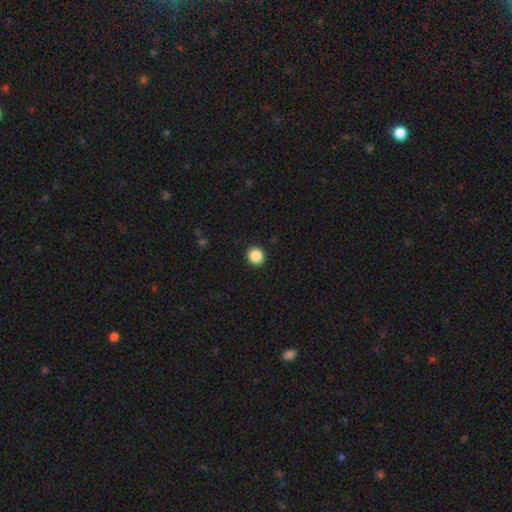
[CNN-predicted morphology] Smooth or featured? Predicted: smooth (p=0.88). How rounded? Predicted: round (p=0.94). Merging? Predicted: none (p=0.93).